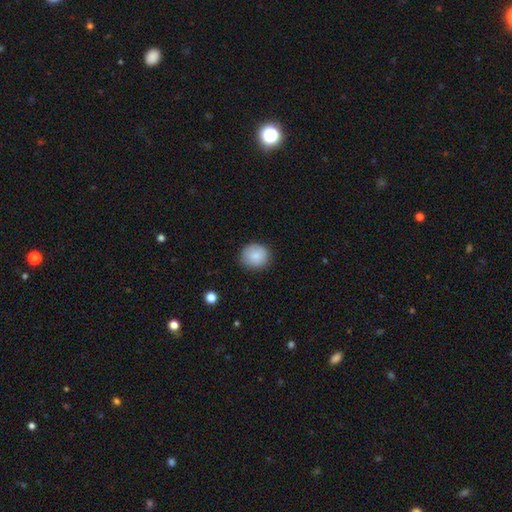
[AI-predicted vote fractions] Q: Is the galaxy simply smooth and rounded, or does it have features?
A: smooth — 87%.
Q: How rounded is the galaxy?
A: round — 84%.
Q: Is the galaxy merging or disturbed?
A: none — 86%.